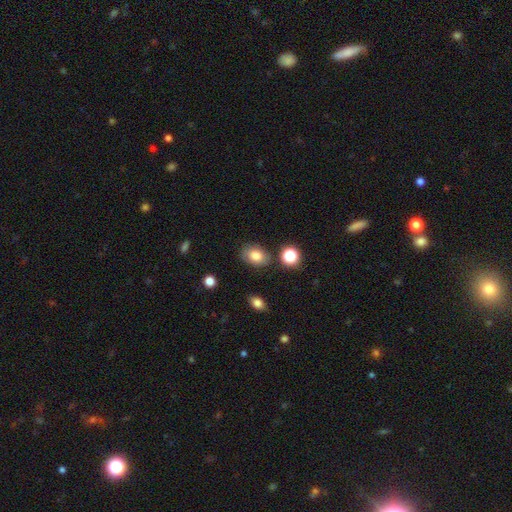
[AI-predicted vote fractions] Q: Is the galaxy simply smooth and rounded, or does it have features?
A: smooth — 80%.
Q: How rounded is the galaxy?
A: in between — 75%.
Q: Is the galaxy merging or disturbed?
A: none — 78%.